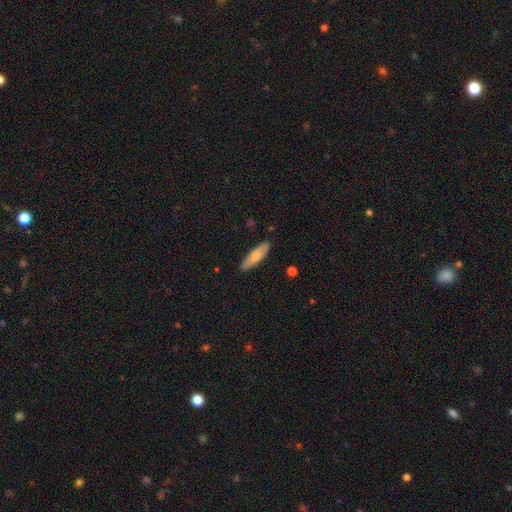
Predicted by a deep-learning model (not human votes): Smooth or featured? Predicted: smooth (p=0.71). How rounded? Predicted: cigar-shaped (p=0.58). Merging? Predicted: none (p=0.87).